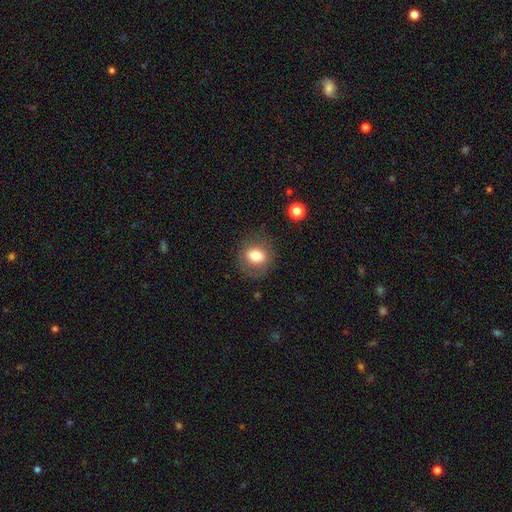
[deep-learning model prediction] Smooth or featured? smooth (78%)
How rounded? round (69%)
Merging? none (81%)